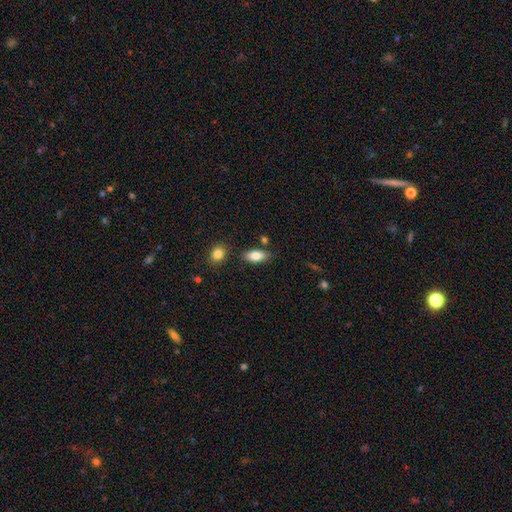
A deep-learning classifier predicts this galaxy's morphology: A smooth galaxy with no disk features (82%) that is in between round and cigar-shaped (89%).

Vote fractions:
- Smooth or featured? smooth: 82% / featured or disk: 11% / star or artifact: 7%
- How rounded? in between: 89% / cigar-shaped: 8% / round: 3%
- Merging? none: 80% / minor disturbance: 12% / merger: 5% / major disturbance: 3%